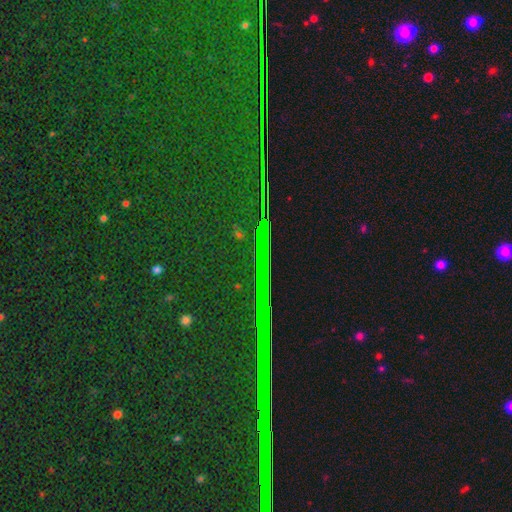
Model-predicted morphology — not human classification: Smooth or featured? Predicted: star or artifact (p=0.86).